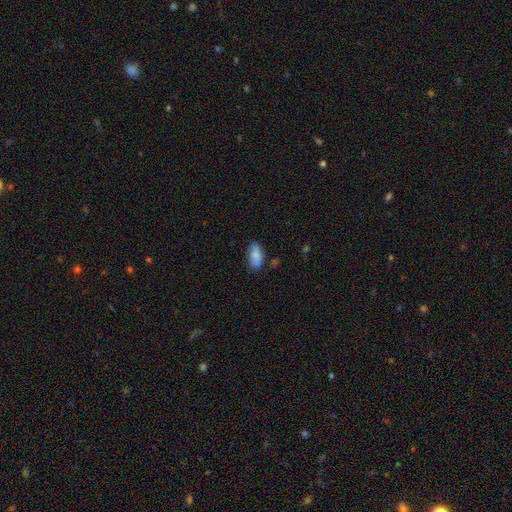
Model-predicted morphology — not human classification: Smooth or featured? smooth (82%)
How rounded? in between (87%)
Merging? none (75%)